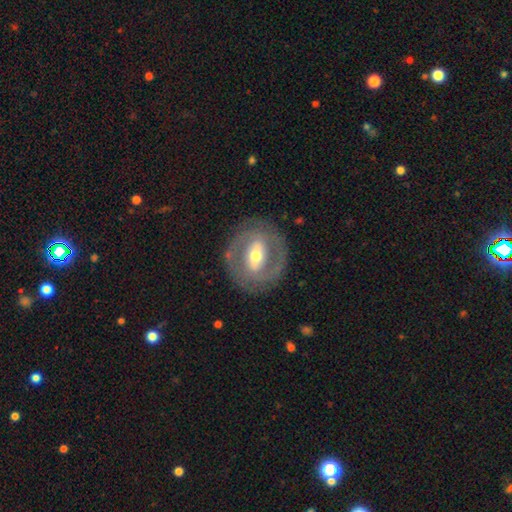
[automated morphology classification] A featured or disk galaxy (76%) with a strong bar (48%), spiral arms (63%) and a moderate central bulge (64%). Merging: none (83%).